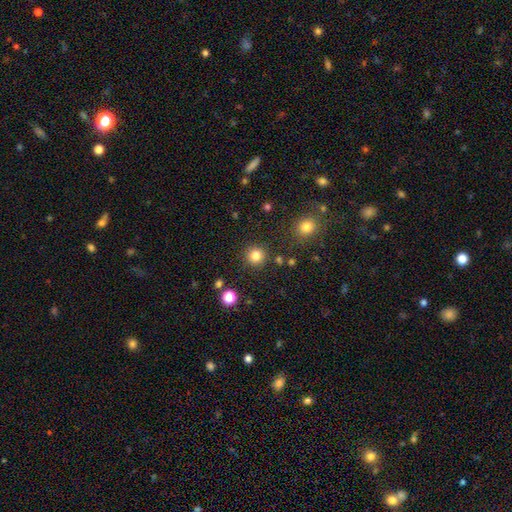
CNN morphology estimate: The model was most divided on "smooth or featured": smooth: 83%, star or artifact: 12%, featured or disk: 5%. More confident: how rounded — round (94%); merging — none (89%).